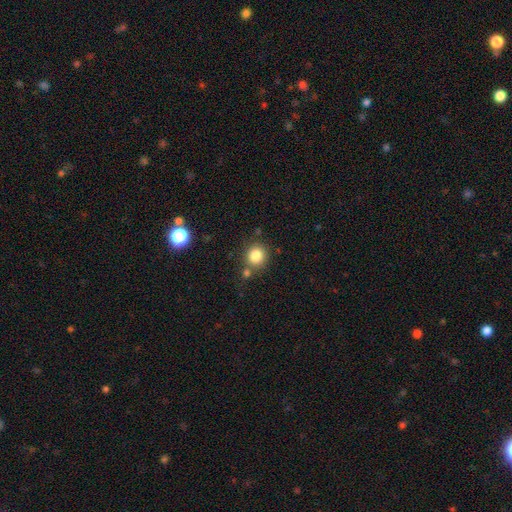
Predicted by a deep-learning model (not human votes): Smooth or featured? Predicted: smooth (p=0.83). How rounded? Predicted: round (p=0.87). Merging? Predicted: none (p=0.75).